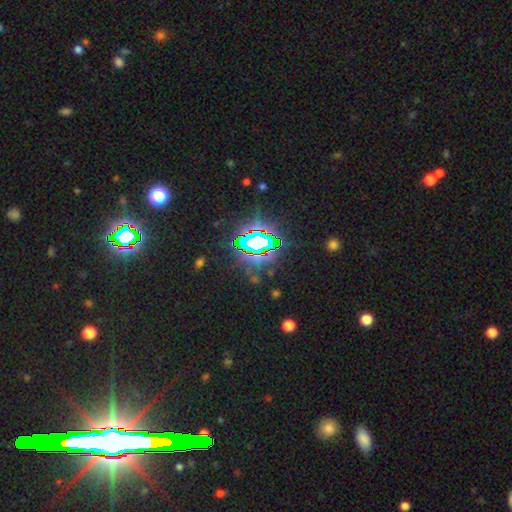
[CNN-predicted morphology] A star or artifact, not a galaxy (75%).

Vote fractions:
- Smooth or featured? star or artifact: 75% / smooth: 14% / featured or disk: 11%